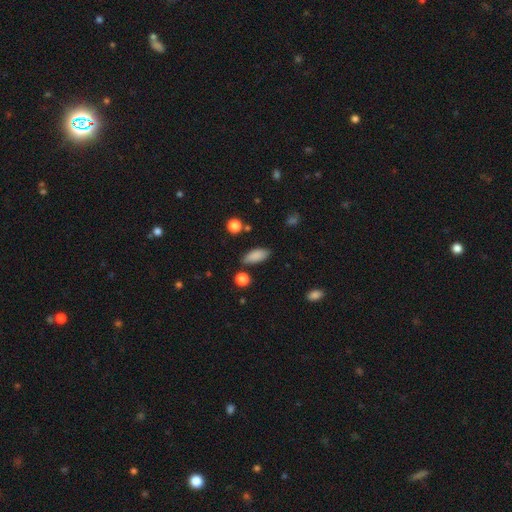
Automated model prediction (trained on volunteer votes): Q: Smooth or featured?
A: smooth (86%); runner-up: star or artifact (8%)
Q: How rounded?
A: in between (82%); runner-up: cigar-shaped (15%)
Q: Merging?
A: none (79%); runner-up: minor disturbance (13%)